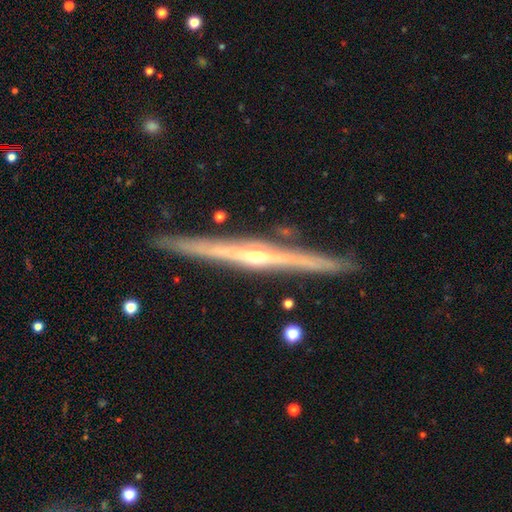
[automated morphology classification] Smooth or featured? Predicted: featured or disk (p=0.86). Edge-on disk? Predicted: yes (p=0.98). Edge-on bulge? Predicted: rounded (p=0.81). Merging? Predicted: none (p=0.90).